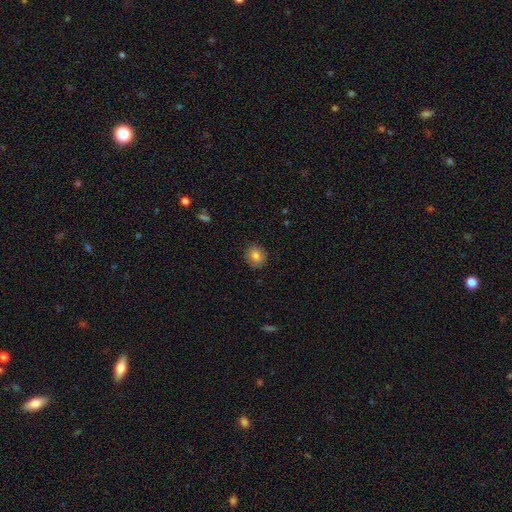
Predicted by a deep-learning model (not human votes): A smooth galaxy with no disk features (83%) that is round (76%).

Vote fractions:
- Smooth or featured? smooth: 83% / star or artifact: 9% / featured or disk: 7%
- How rounded? round: 76% / in between: 23% / cigar-shaped: 1%
- Merging? none: 88% / minor disturbance: 9% / major disturbance: 2% / merger: 1%